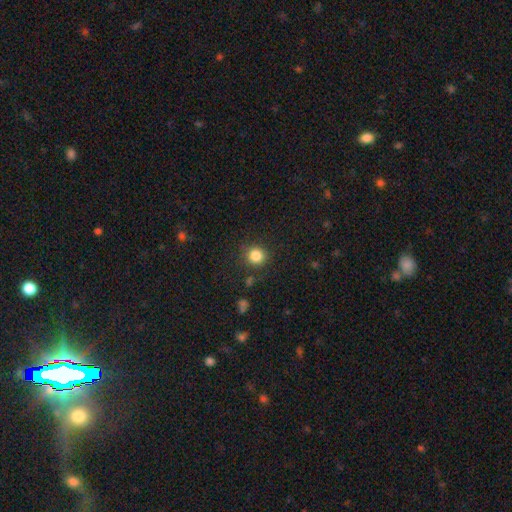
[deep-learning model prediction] Smooth or featured?
  - smooth: 84% *
  - star or artifact: 12%
  - featured or disk: 4%
How rounded?
  - round: 91% *
  - in between: 8%
  - cigar-shaped: 1%
Merging?
  - none: 87% *
  - minor disturbance: 8%
  - major disturbance: 3%
  - merger: 2%